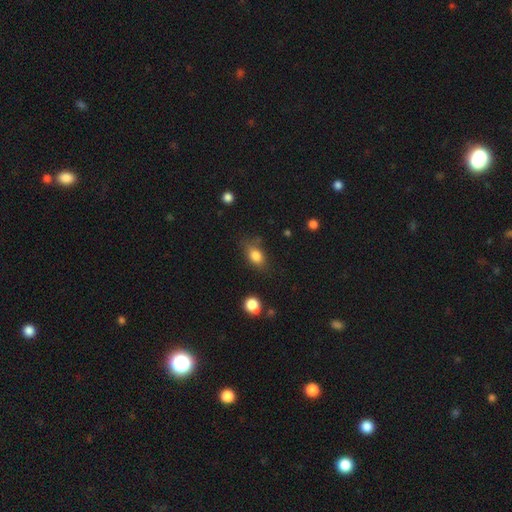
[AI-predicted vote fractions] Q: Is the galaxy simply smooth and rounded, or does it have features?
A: smooth — 83%.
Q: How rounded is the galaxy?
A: in between — 78%.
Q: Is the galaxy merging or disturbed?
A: none — 69%.